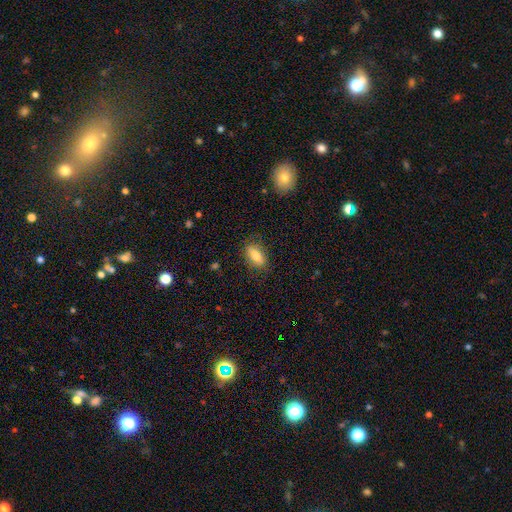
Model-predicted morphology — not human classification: This appears to be a smooth galaxy with no disk features (73%) that is in between round and cigar-shaped (80%). Merging: none (82%).